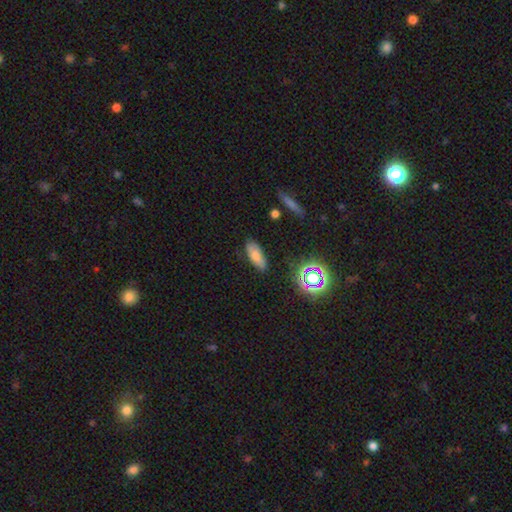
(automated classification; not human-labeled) Overall: smooth (73%). How rounded: in between (77%). Merging: none (81%).